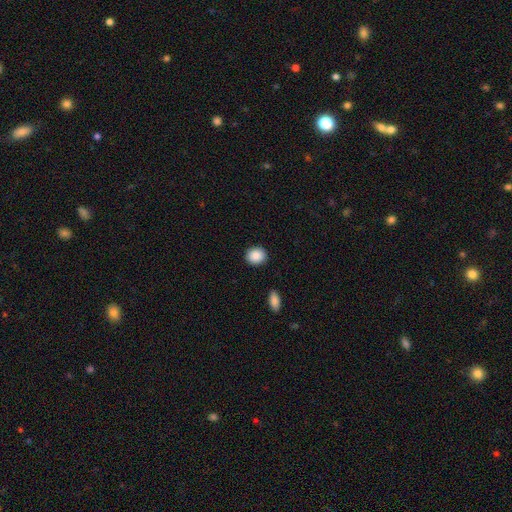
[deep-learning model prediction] A smooth galaxy with no disk features (89%) that is round (69%). Merging: none (89%).